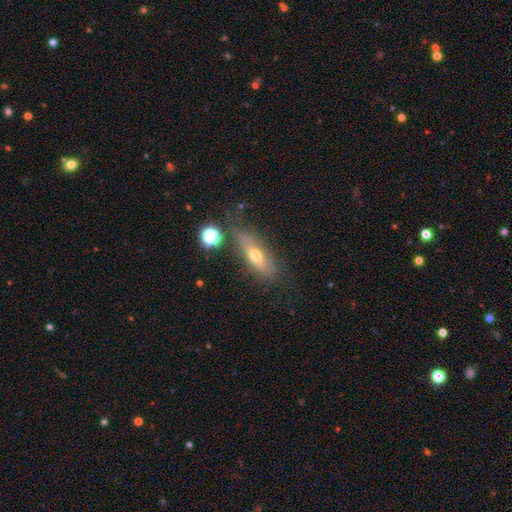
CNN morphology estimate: Smooth or featured?
  - smooth: 48% *
  - featured or disk: 41%
  - star or artifact: 12%
Merging?
  - none: 58% *
  - minor disturbance: 25%
  - major disturbance: 12%
  - merger: 6%